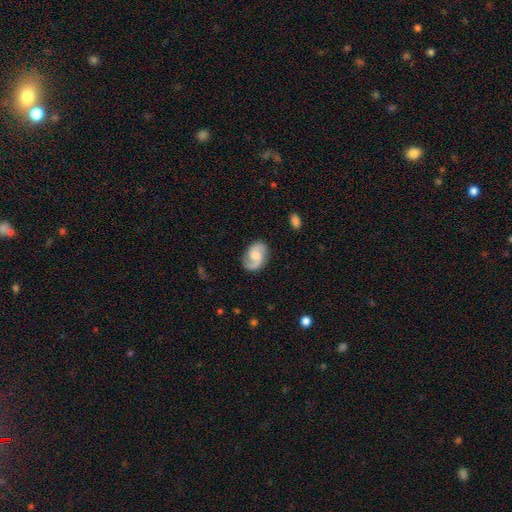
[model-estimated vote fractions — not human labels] Smooth or featured: featured or disk — 79% (smooth — 16%)
Edge-on disk: no — 98% (yes — 2%)
Bar: no — 52% (weak — 41%)
Spiral arms: yes — 96% (no — 4%)
Spiral winding: medium — 48% (loose — 34%)
Spiral arm count: 2 — 87% (1 — 6%)
Bulge size: moderate — 38% (small — 26%)
Merging: none — 79% (minor disturbance — 14%)